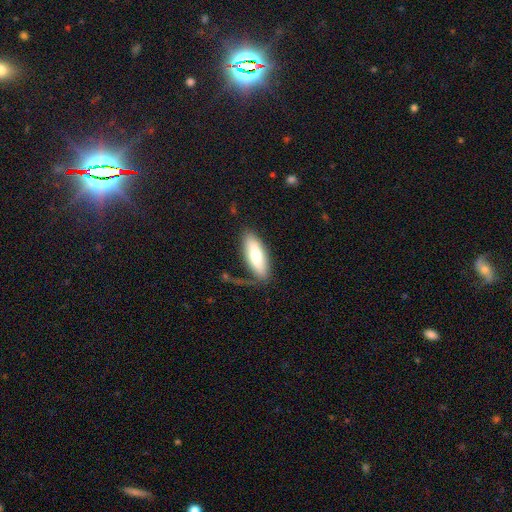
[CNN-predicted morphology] Smooth or featured: smooth — 74% (featured or disk — 20%)
How rounded: in between — 64% (cigar-shaped — 35%)
Merging: none — 60% (minor disturbance — 23%)